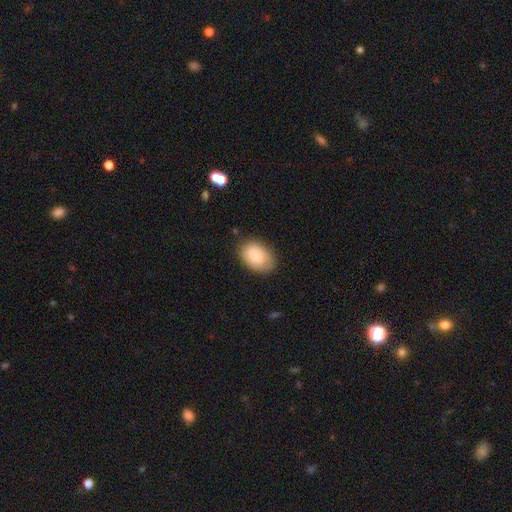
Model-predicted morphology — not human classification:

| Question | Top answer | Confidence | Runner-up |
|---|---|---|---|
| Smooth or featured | smooth | 84% | featured or disk (10%) |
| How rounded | in between | 86% | round (13%) |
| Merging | none | 80% | minor disturbance (15%) |